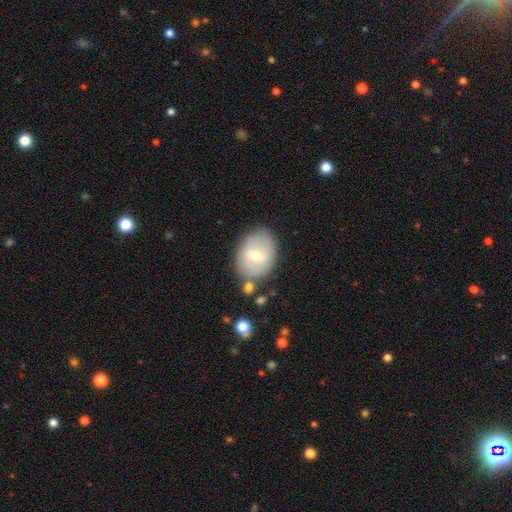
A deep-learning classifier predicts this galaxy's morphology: Smooth or featured?
  - smooth: 48% *
  - featured or disk: 45%
  - star or artifact: 7%
Merging?
  - none: 72% *
  - minor disturbance: 16%
  - merger: 7%
  - major disturbance: 5%